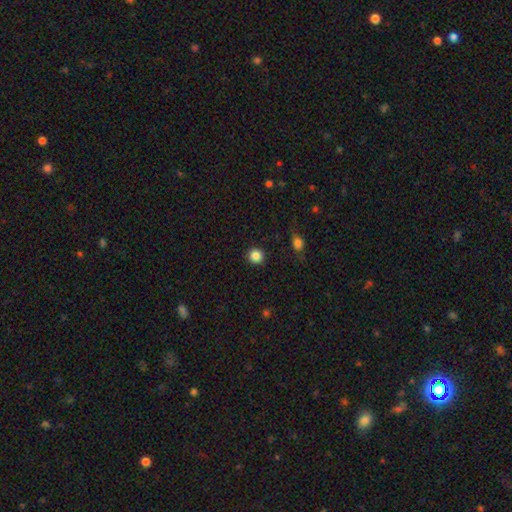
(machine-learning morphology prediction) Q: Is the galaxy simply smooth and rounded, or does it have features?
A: smooth — 85%.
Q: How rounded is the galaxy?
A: round — 93%.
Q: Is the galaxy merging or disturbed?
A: none — 92%.